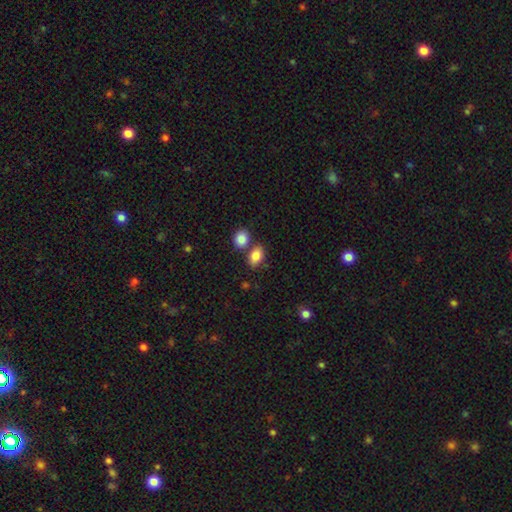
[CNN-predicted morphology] smooth 84%, star or artifact 8%, featured or disk 7%. Down the decision tree: how rounded — in between (81%); merging — none (61%).